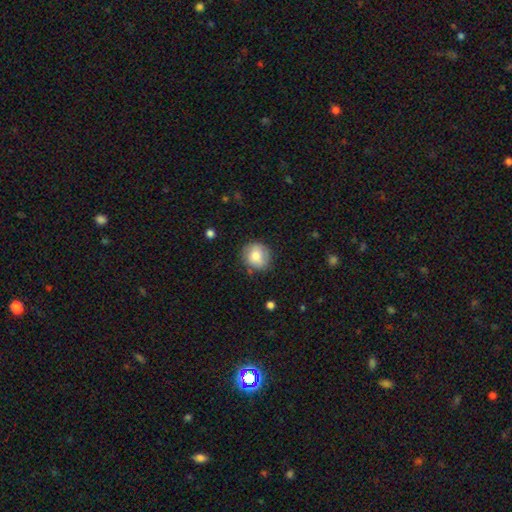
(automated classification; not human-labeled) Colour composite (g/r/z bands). It shows a smooth galaxy with no disk features (74%) that is round (87%). Merging: none (78%).